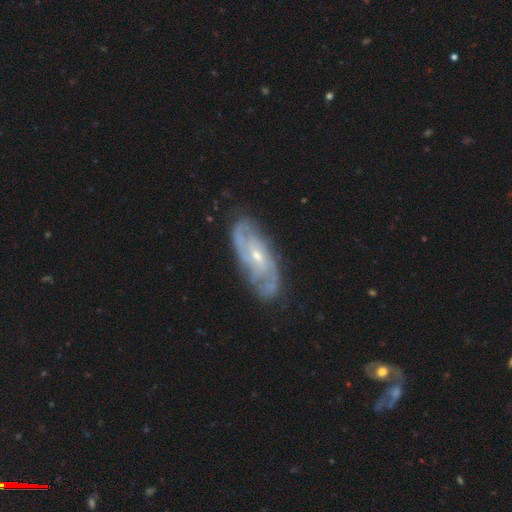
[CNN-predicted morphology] Smooth or featured? featured or disk (86%)
Edge-on disk? no (93%)
Bar? no (59%)
Spiral arms? yes (96%)
Spiral winding? tight (46%)
Spiral arm count? 2 (50%)
Bulge size? small (66%)
Merging? none (79%)